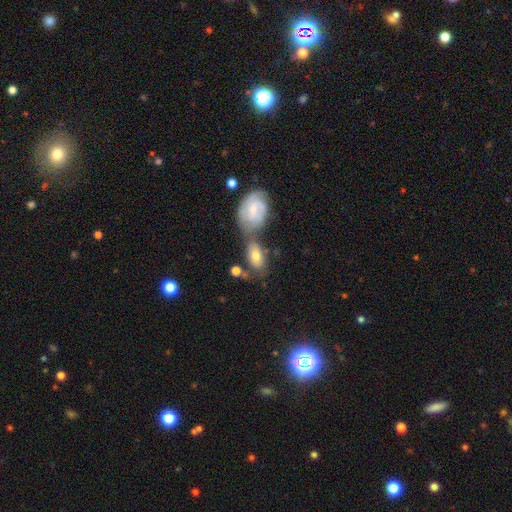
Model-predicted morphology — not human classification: Overall: smooth (58%; featured or disk 35%). How rounded: in between (88%). Merging: none (39%, tied with merger).